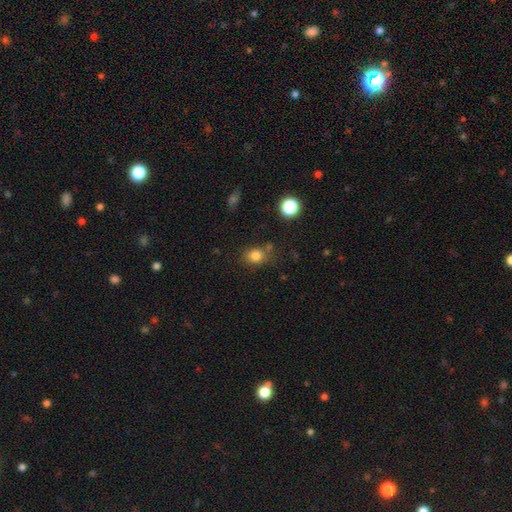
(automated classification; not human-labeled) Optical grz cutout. It shows a smooth galaxy with no disk features (81%) that is round (58%). Merging: none (71%).